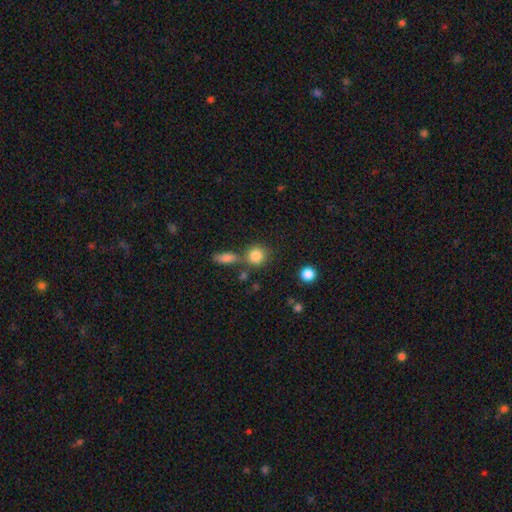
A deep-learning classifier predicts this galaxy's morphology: This appears to be a smooth galaxy with no disk features (84%) that is round (84%). Merging: none (67%).